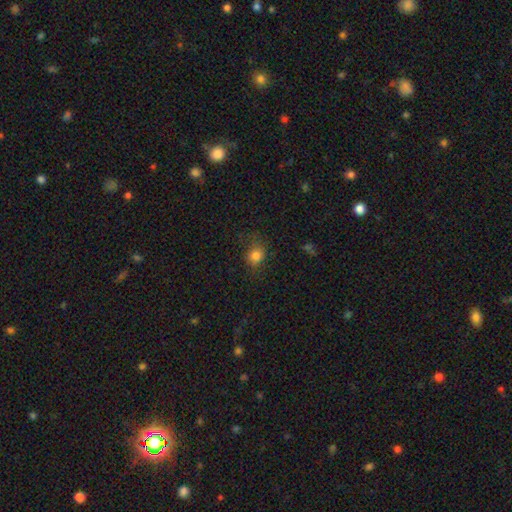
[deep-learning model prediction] Smooth or featured?
  - smooth: 80% *
  - star or artifact: 13%
  - featured or disk: 7%
How rounded?
  - round: 65% *
  - in between: 34%
  - cigar-shaped: 1%
Merging?
  - none: 68% *
  - minor disturbance: 21%
  - major disturbance: 10%
  - merger: 1%